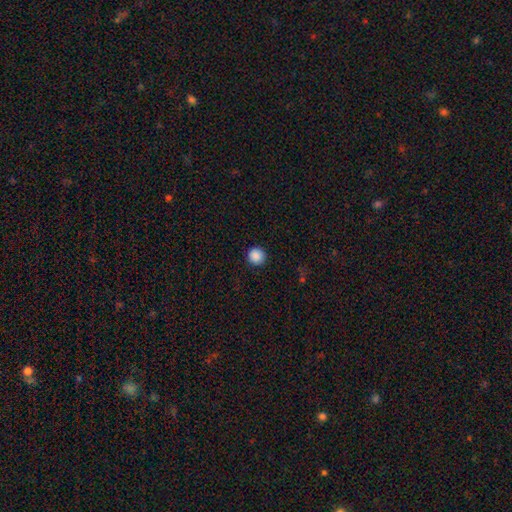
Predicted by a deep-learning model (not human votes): smooth 88%, star or artifact 9%, featured or disk 3%. Down the decision tree: how rounded — round (95%); merging — none (92%).